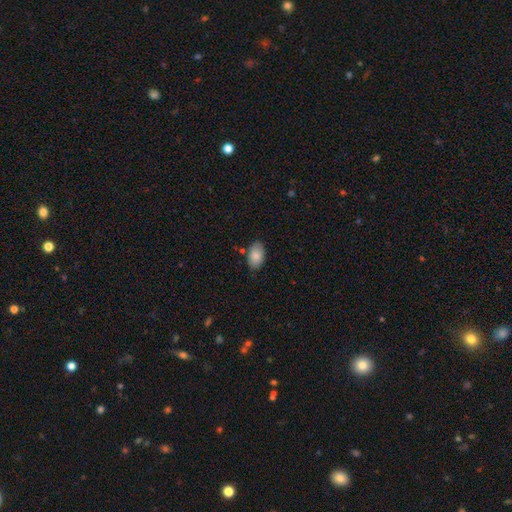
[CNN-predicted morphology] Overall: smooth (84%). How rounded: in between (92%). Merging: none (81%).